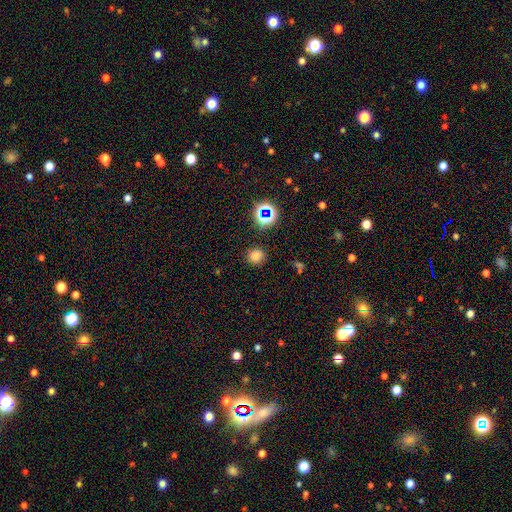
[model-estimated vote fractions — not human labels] Smooth or featured? Predicted: smooth (p=0.74). How rounded? Predicted: round (p=0.84). Merging? Predicted: none (p=0.86).